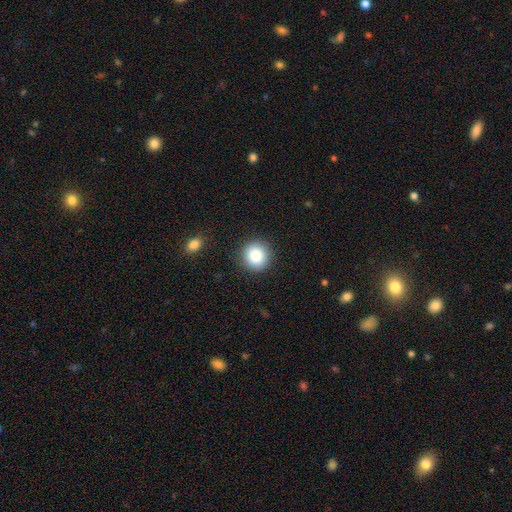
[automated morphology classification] Q: Smooth or featured?
A: smooth (85%); runner-up: star or artifact (9%)
Q: How rounded?
A: round (91%); runner-up: in between (8%)
Q: Merging?
A: none (90%); runner-up: minor disturbance (7%)